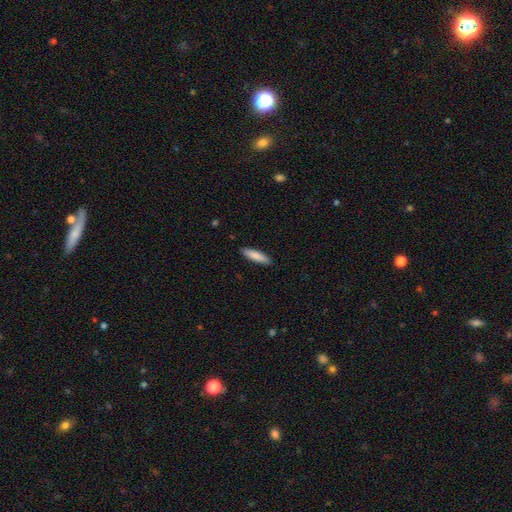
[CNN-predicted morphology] smooth 84%, featured or disk 10%, star or artifact 5%. Down the decision tree: how rounded — cigar-shaped (75%); merging — none (90%).